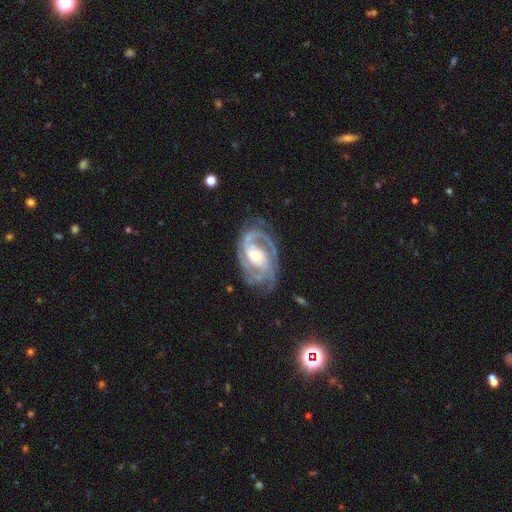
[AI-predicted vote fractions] Smooth or featured? featured or disk (92%)
Edge-on disk? no (97%)
Bar? no (52%)
Spiral arms? yes (98%)
Spiral winding? tight (54%)
Spiral arm count? 3 (36%)
Bulge size? moderate (54%)
Merging? none (71%)